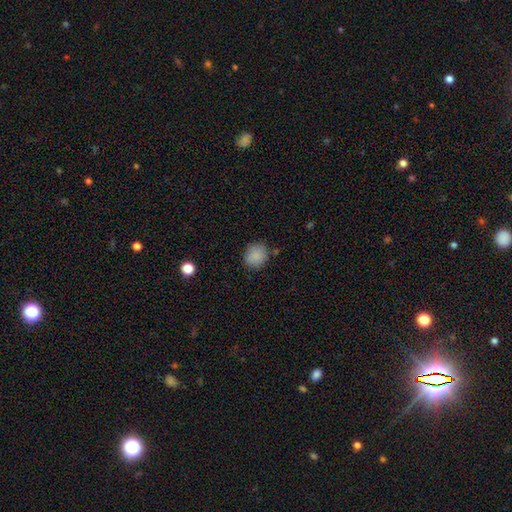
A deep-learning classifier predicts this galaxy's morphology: Overall: smooth (87%). How rounded: round (77%). Merging: none (81%).